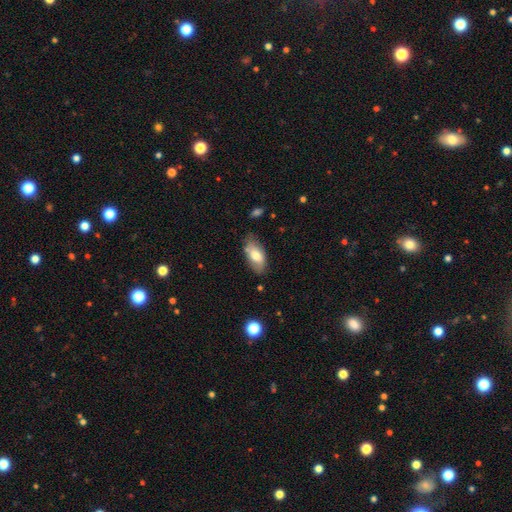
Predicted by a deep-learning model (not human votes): Morphology: type=smooth (71%); roundness=in between (92%); merging=none (71%).